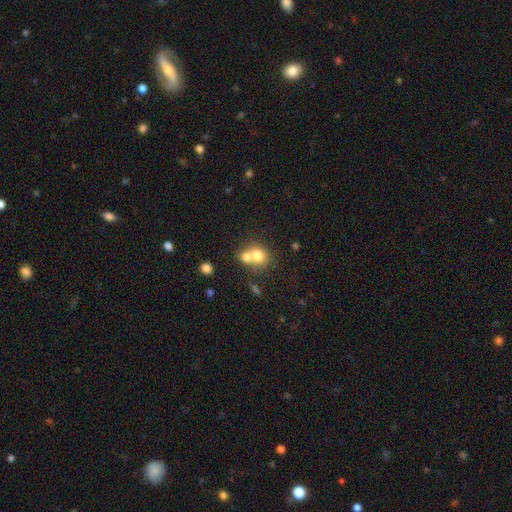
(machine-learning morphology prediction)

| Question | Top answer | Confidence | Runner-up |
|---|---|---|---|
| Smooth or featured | smooth | 74% | featured or disk (16%) |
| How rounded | round | 67% | in between (32%) |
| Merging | merger | 62% | none (28%) |